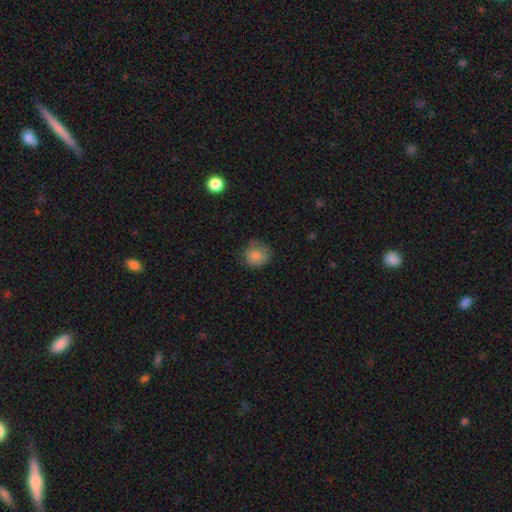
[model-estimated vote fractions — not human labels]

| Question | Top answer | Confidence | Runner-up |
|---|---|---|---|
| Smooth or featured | smooth | 81% | featured or disk (10%) |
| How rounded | round | 77% | in between (22%) |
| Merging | none | 65% | minor disturbance (25%) |